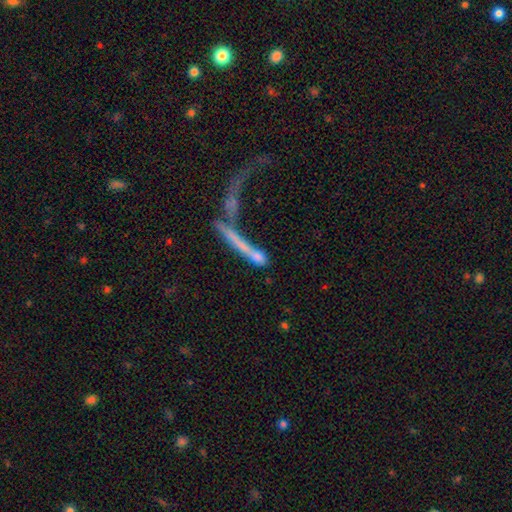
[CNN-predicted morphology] A smooth galaxy with no disk features (60%) that is cigar-shaped (76%). Merging: none (37%).